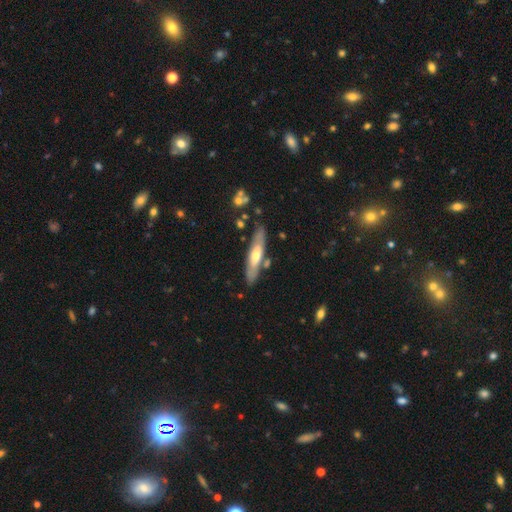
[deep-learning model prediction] Morphology: type=featured or disk (52%); edge-on=yes (66%); merging=none (79%).